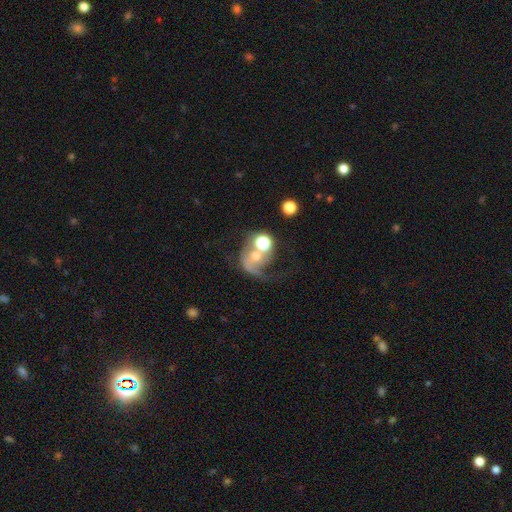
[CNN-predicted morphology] smooth_or_featured: featured or disk (p=0.52) [alt: smooth p=0.35]
disk_edge_on: no (p=0.97) [alt: yes p=0.03]
bar: no (p=0.72) [alt: weak p=0.21]
has_spiral_arms: yes (p=0.69) [alt: no p=0.31]
bulge_size: moderate (p=0.52) [alt: small p=0.20]
merging: merger (p=0.42) [alt: major disturbance p=0.28]